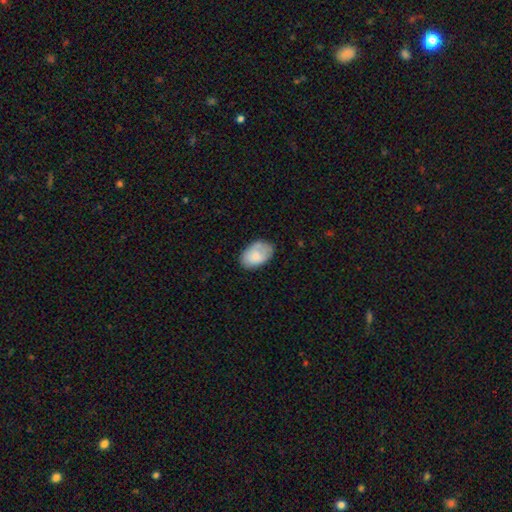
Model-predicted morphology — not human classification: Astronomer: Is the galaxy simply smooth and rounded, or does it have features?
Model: smooth — 80%.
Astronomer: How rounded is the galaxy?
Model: in between — 90%.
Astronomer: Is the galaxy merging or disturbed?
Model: none — 67%.